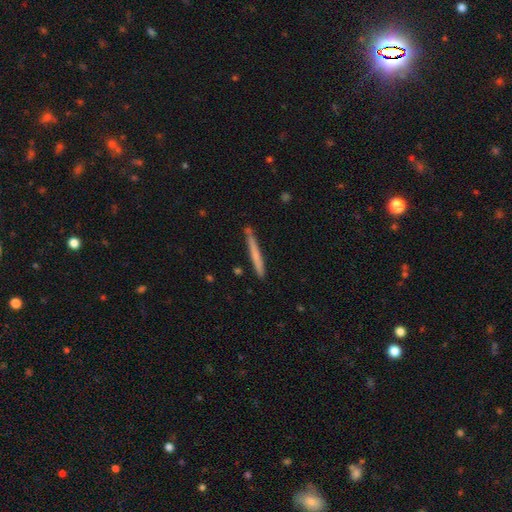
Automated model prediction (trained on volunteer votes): This appears to be a smooth galaxy with no disk features (62%) that is cigar-shaped (97%). Merging: none (84%).